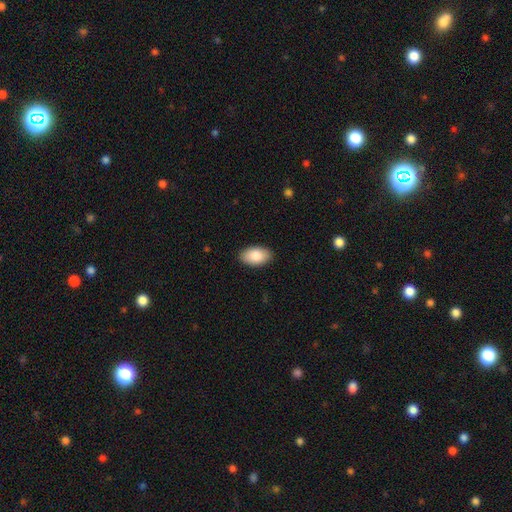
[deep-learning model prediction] This appears to be a smooth galaxy with no disk features (86%) that is in between round and cigar-shaped (95%). Merging: none (89%).